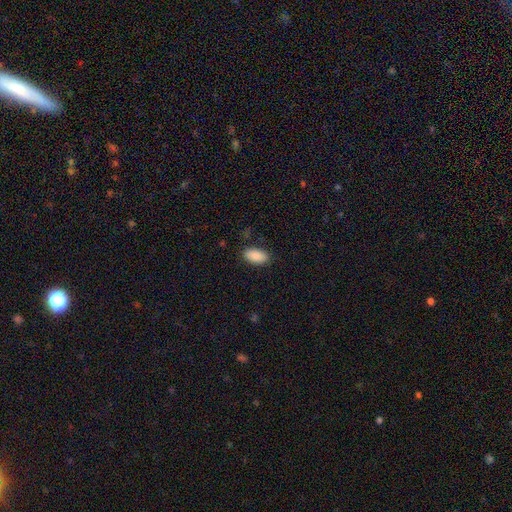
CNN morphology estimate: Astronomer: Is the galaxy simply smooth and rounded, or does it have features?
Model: smooth — 88%.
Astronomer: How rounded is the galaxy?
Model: in between — 94%.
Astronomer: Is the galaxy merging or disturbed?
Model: none — 86%.